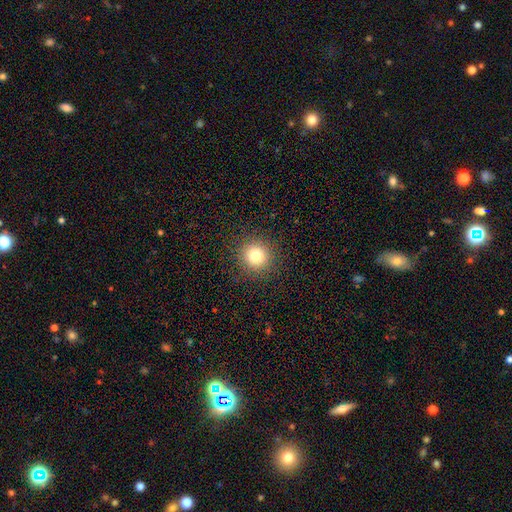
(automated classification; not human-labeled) Smooth or featured?
  - smooth: 79% *
  - star or artifact: 14%
  - featured or disk: 8%
How rounded?
  - round: 94% *
  - in between: 5%
  - cigar-shaped: 1%
Merging?
  - none: 91% *
  - minor disturbance: 6%
  - major disturbance: 3%
  - merger: 1%